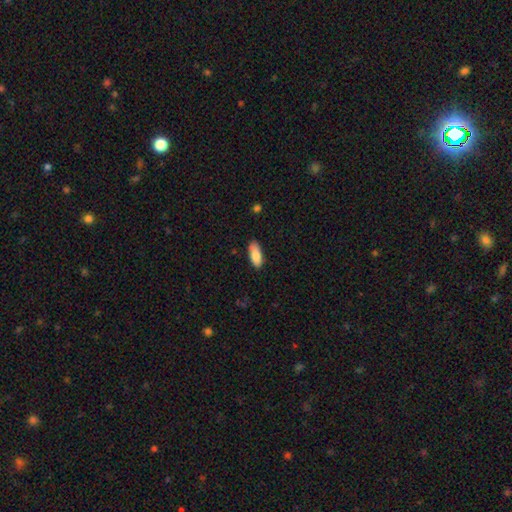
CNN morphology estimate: Smooth or featured?
  - smooth: 85% *
  - featured or disk: 8%
  - star or artifact: 6%
How rounded?
  - in between: 77% *
  - cigar-shaped: 21%
  - round: 2%
Merging?
  - none: 79% *
  - minor disturbance: 16%
  - major disturbance: 3%
  - merger: 1%